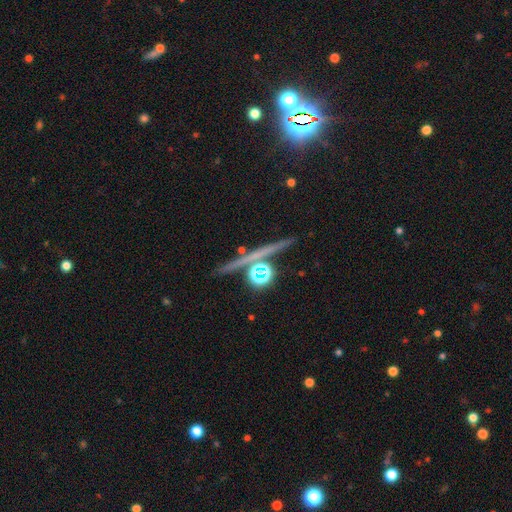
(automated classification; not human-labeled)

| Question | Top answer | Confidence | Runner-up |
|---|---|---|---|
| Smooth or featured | star or artifact | 42% | featured or disk (36%) |